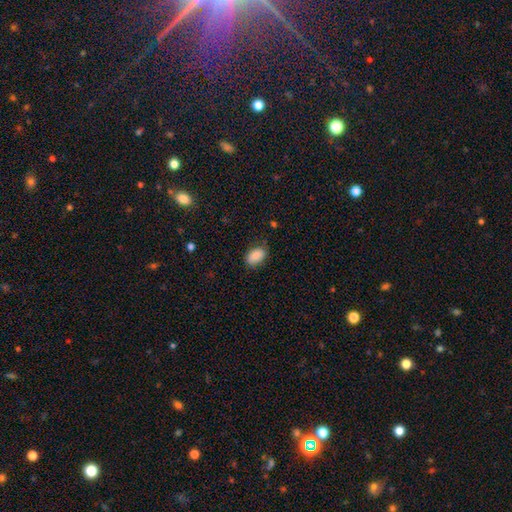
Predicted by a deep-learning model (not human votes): This is clearly a smooth galaxy (86%). How rounded: clearly in between (91%). Merging: likely none (76%).